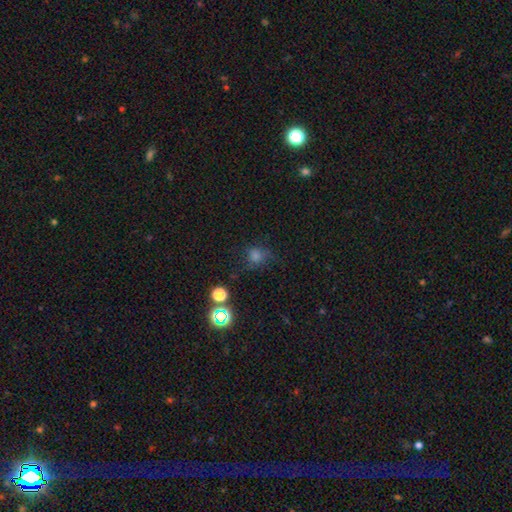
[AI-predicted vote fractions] The model was most divided on "smooth or featured": smooth: 63%, star or artifact: 28%, featured or disk: 9%. More confident: how rounded — round (81%); merging — none (64%).